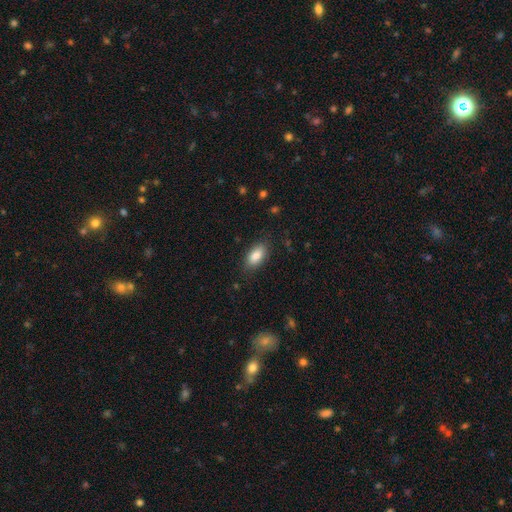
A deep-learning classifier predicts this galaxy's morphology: This is clearly a smooth galaxy (86%). How rounded: clearly in between (90%). Merging: clearly none (82%).